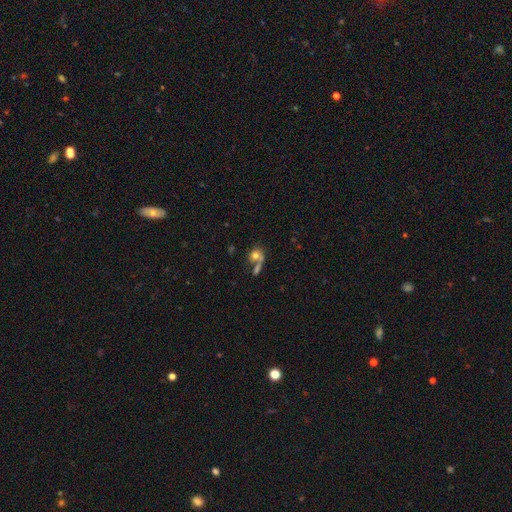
Q: Smooth or featured?
A: smooth (62%); runner-up: featured or disk (31%)
Q: How rounded?
A: round (67%); runner-up: in between (33%)
Q: Merging?
A: merger (39%); runner-up: none (36%)